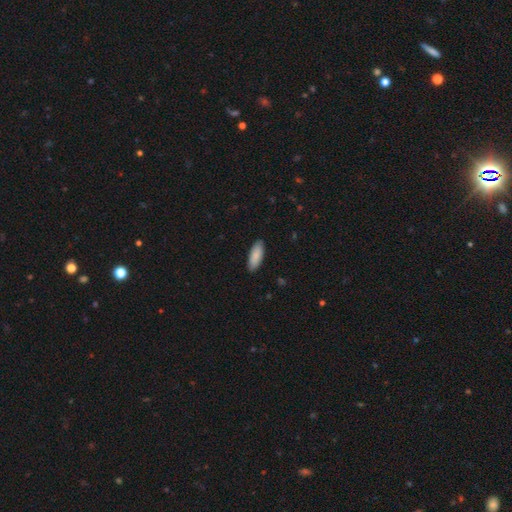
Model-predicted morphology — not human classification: Smooth or featured? smooth (89%)
How rounded? in between (71%)
Merging? none (89%)